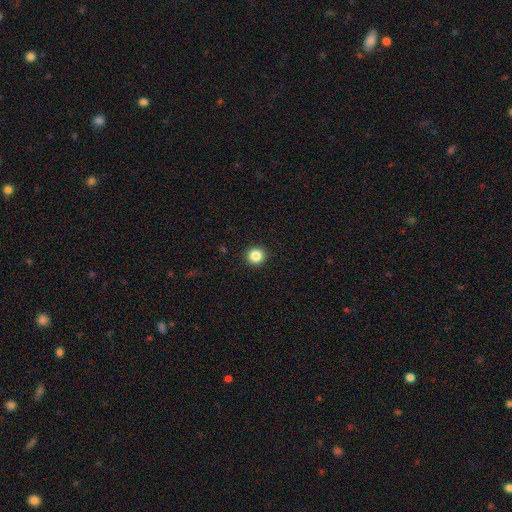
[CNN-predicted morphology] This appears to be a smooth galaxy with no disk features (85%) that is round (94%). Merging: none (93%).